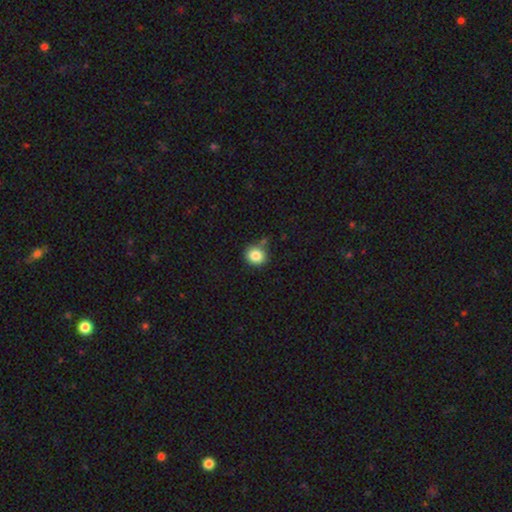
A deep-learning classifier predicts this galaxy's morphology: Overall: smooth (84%). How rounded: round (81%). Merging: none (76%).